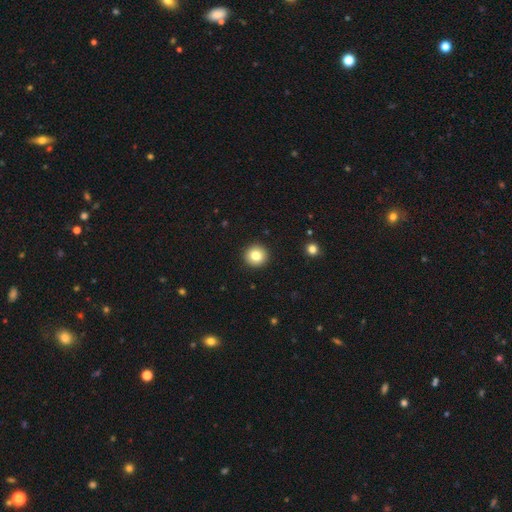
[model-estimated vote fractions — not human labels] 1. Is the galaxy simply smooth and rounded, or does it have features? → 81% smooth, 10% star or artifact, 9% featured or disk.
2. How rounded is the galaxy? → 95% round, 4% in between, 1% cigar-shaped.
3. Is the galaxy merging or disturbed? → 93% none, 4% minor disturbance, 2% major disturbance, 1% merger.